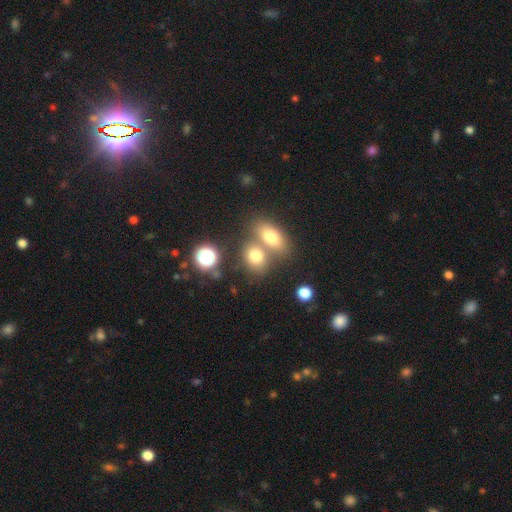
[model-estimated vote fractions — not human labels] smooth-or-featured: smooth: 73% | star or artifact: 13% | featured or disk: 13%
  how-rounded: in between: 55% | round: 43% | cigar-shaped: 2%
  merging: merger: 44% | none: 43% | minor disturbance: 9% | major disturbance: 4%